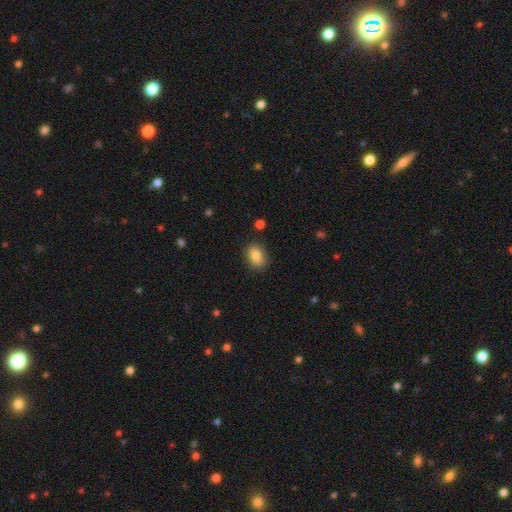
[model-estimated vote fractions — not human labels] smooth 84%, star or artifact 9%, featured or disk 7%. Down the decision tree: how rounded — in between (69%); merging — none (86%).